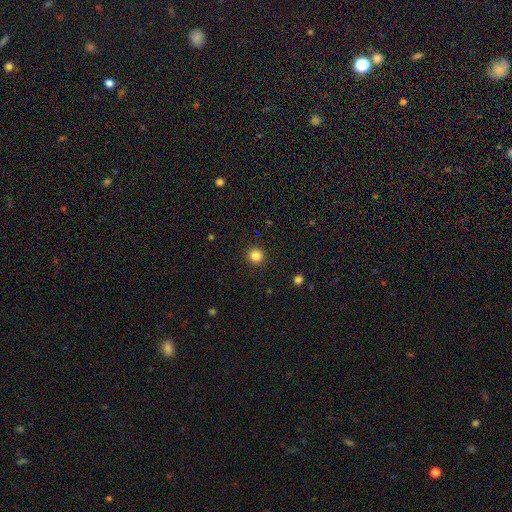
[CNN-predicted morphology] This is clearly a smooth galaxy (84%). How rounded: clearly round (94%). Merging: clearly none (92%).